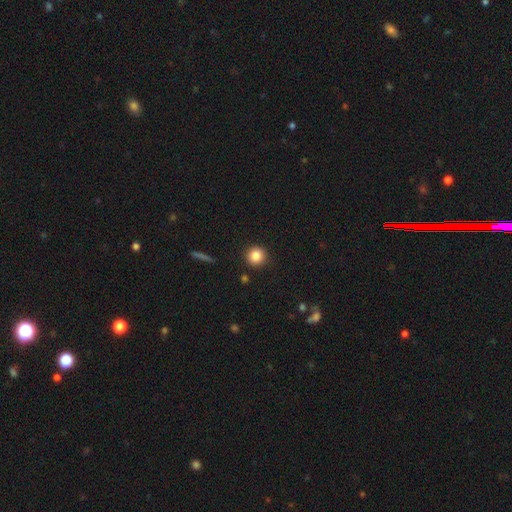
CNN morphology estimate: This is clearly a smooth galaxy (85%). How rounded: clearly round (94%). Merging: clearly none (91%).